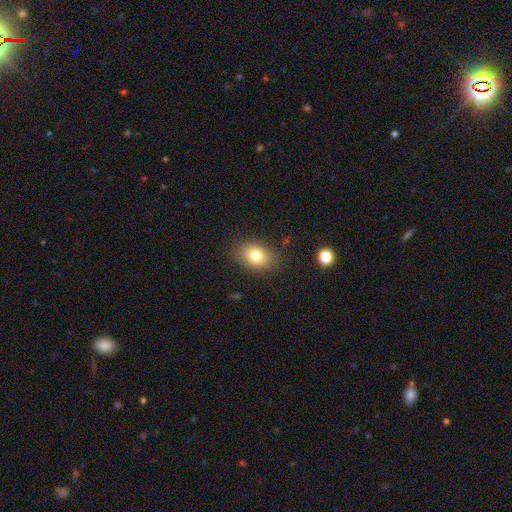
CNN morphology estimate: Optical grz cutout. It shows a smooth galaxy with no disk features (79%) that is in between round and cigar-shaped (70%). Merging: none (84%).